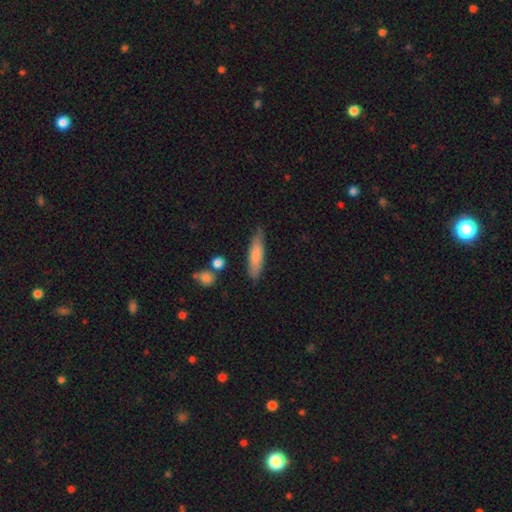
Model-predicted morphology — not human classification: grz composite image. It shows a smooth galaxy with no disk features (76%) that is cigar-shaped (72%). Merging: none (78%).